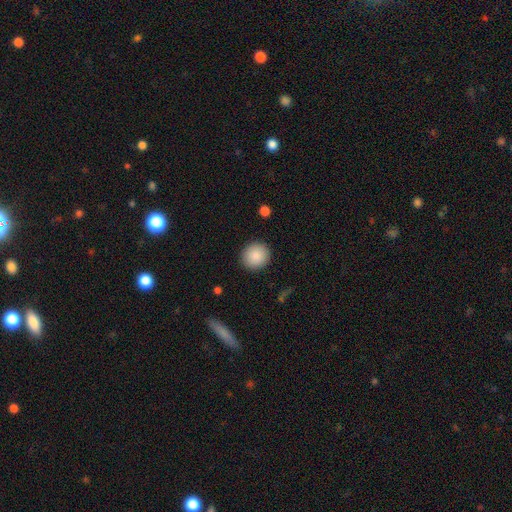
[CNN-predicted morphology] Smooth or featured?
  - smooth: 88% *
  - star or artifact: 7%
  - featured or disk: 4%
How rounded?
  - round: 89% *
  - in between: 10%
  - cigar-shaped: 1%
Merging?
  - none: 91% *
  - minor disturbance: 6%
  - major disturbance: 2%
  - merger: 1%